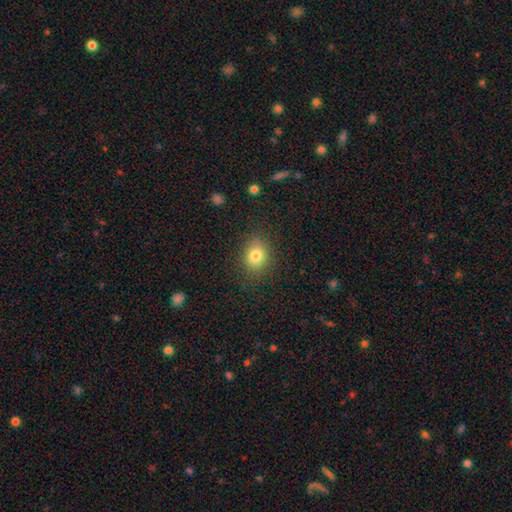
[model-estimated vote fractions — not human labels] smooth_or_featured: smooth (p=0.80) [alt: star or artifact p=0.11]
how_rounded: round (p=0.53) [alt: in between p=0.45]
merging: none (p=0.85) [alt: minor disturbance p=0.10]